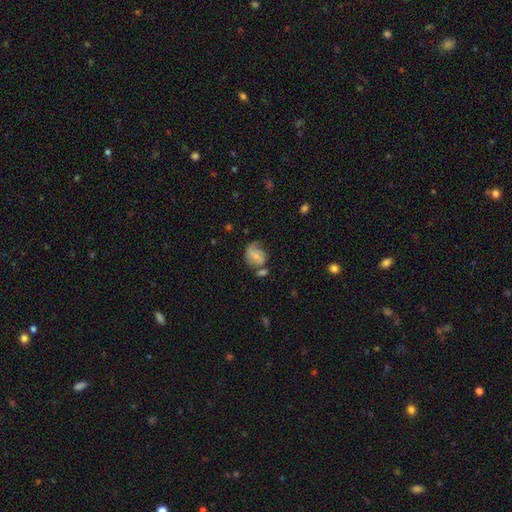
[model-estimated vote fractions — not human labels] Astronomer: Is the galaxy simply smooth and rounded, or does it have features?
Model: smooth — 56% (runner-up: featured or disk, 35%).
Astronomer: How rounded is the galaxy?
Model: in between — 51% (runner-up: round, 48%).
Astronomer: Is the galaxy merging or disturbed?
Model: none — 40% (runner-up: minor disturbance, 27%).